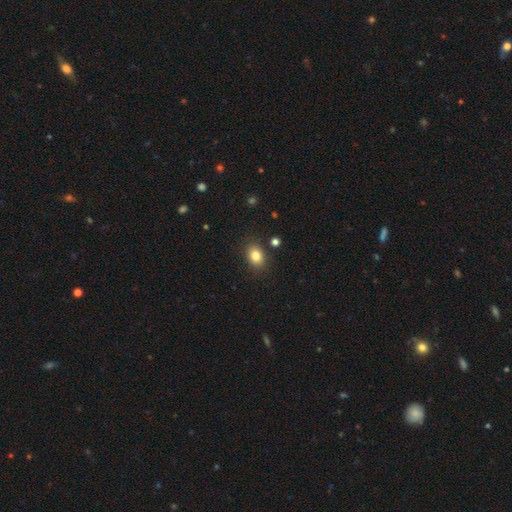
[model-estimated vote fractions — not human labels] Smooth or featured? smooth (83%)
How rounded? in between (66%)
Merging? none (85%)